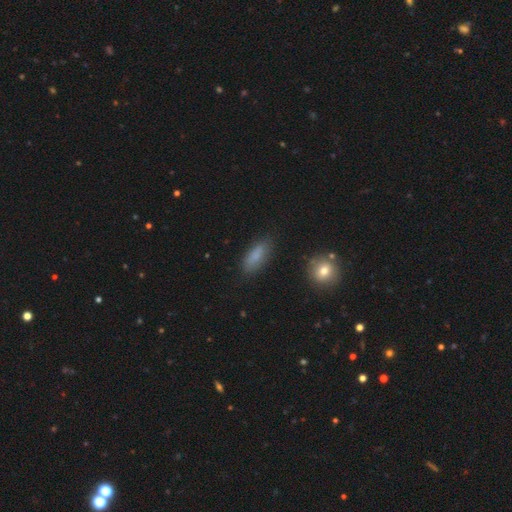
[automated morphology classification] Smooth or featured? smooth (80%)
How rounded? in between (74%)
Merging? none (75%)